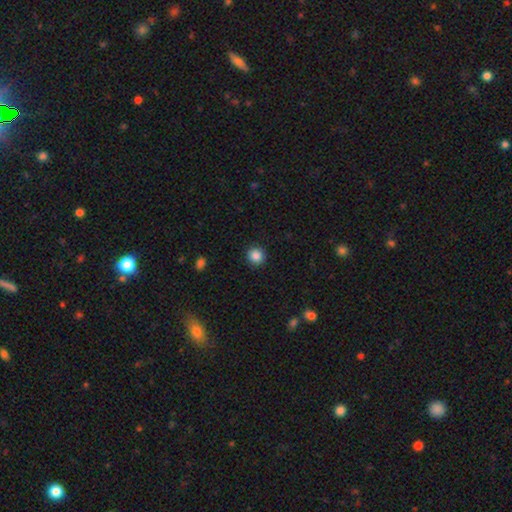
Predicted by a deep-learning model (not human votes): This appears to be a smooth galaxy with no disk features (87%) that is round (92%). Merging: none (92%).